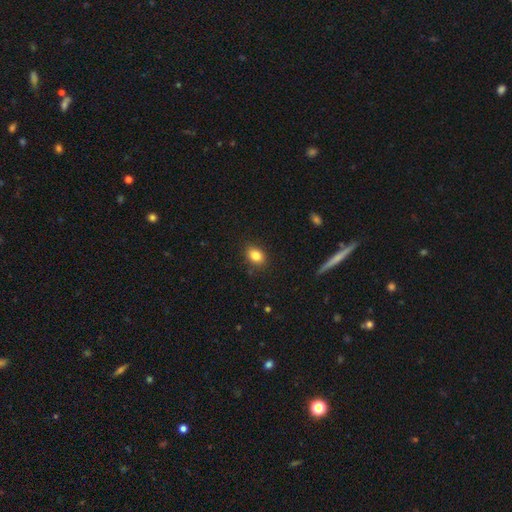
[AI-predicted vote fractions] This appears to be a smooth galaxy with no disk features (84%) that is in between round and cigar-shaped (69%). Merging: none (86%).